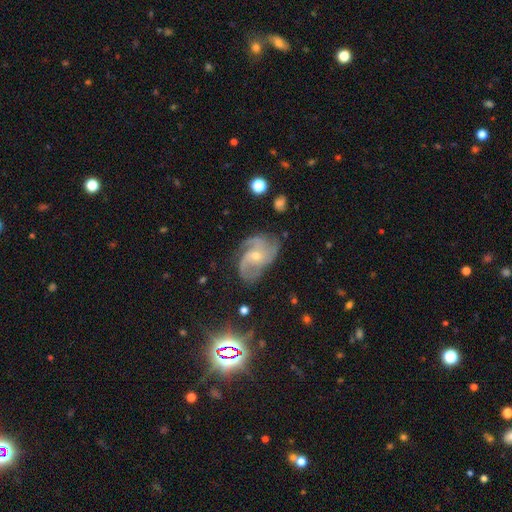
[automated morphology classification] smooth_or_featured: featured or disk (p=0.84) [alt: star or artifact p=0.09]
disk_edge_on: no (p=0.97) [alt: yes p=0.03]
bar: no (p=0.69) [alt: weak p=0.25]
has_spiral_arms: yes (p=0.97) [alt: no p=0.03]
spiral_winding: medium (p=0.51) [alt: tight p=0.29]
spiral_arm_count: 3 (p=0.51) [alt: 2 p=0.19]
bulge_size: small (p=0.61) [alt: moderate p=0.36]
merging: none (p=0.64) [alt: minor disturbance p=0.23]